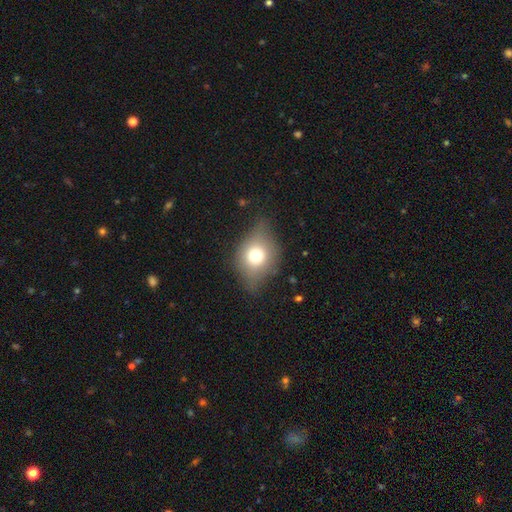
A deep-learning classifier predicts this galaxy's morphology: smooth 66%, featured or disk 23%, star or artifact 11%. Down the decision tree: how rounded — round (53%); merging — none (57%).